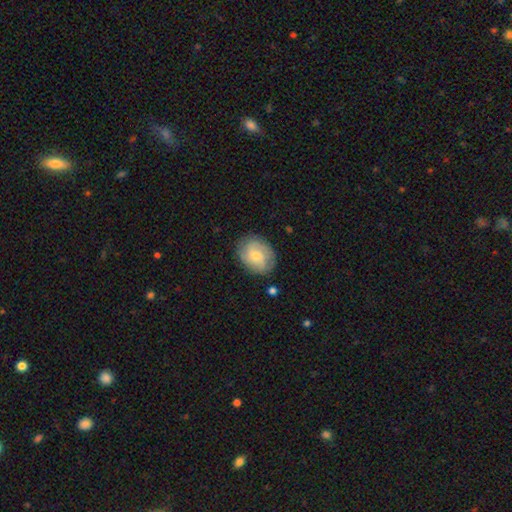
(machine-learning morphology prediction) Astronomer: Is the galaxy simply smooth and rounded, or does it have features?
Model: featured or disk — 54% (runner-up: smooth, 39%).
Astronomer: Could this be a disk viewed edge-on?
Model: no — 97%.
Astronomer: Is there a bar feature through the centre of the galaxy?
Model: no — 64%.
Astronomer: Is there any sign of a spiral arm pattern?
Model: yes — 86%.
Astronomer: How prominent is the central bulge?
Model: small — 48% (runner-up: moderate, 47%).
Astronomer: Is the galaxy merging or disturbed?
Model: none — 79%.